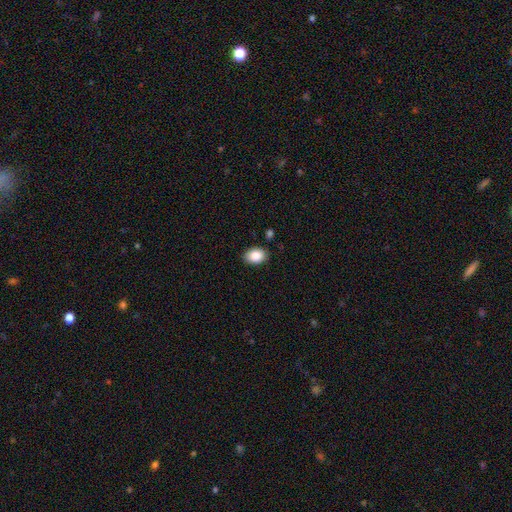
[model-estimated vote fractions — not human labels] This is clearly a smooth galaxy (88%). How rounded: likely in between (79%). Merging: clearly none (85%).